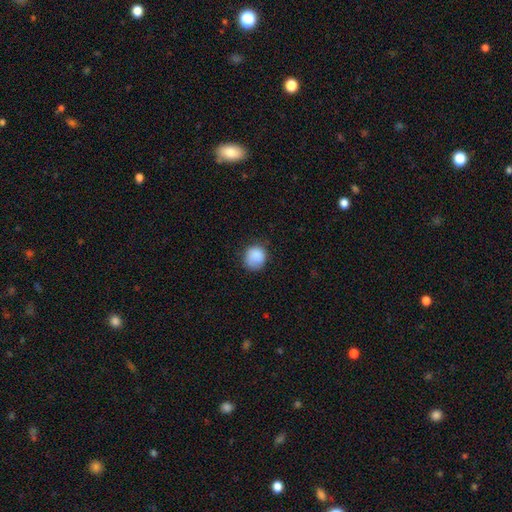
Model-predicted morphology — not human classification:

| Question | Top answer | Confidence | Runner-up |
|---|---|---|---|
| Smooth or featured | smooth | 87% | star or artifact (8%) |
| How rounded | round | 80% | in between (20%) |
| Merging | none | 69% | minor disturbance (24%) |